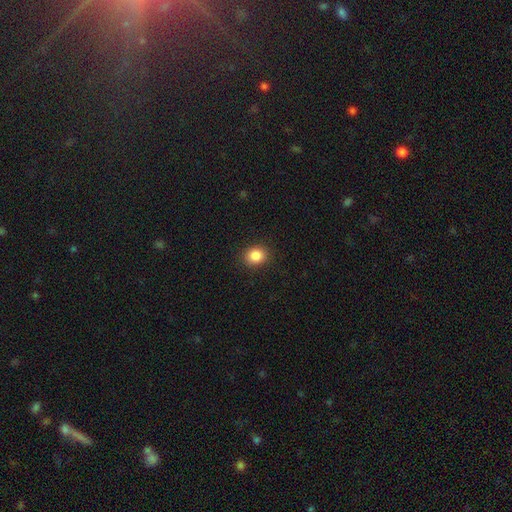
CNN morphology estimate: A smooth galaxy with no disk features (86%) that is round (63%).

Vote fractions:
- Smooth or featured? smooth: 86% / star or artifact: 10% / featured or disk: 4%
- How rounded? round: 63% / in between: 36% / cigar-shaped: 1%
- Merging? none: 89% / minor disturbance: 7% / major disturbance: 2% / merger: 1%